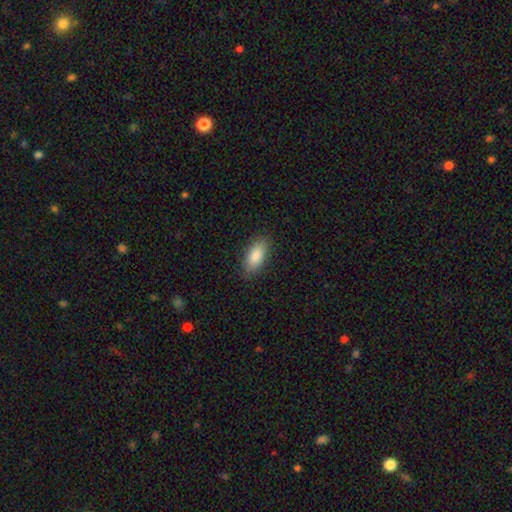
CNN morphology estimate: Smooth or featured? Predicted: smooth (p=0.86). How rounded? Predicted: in between (p=0.87). Merging? Predicted: none (p=0.86).